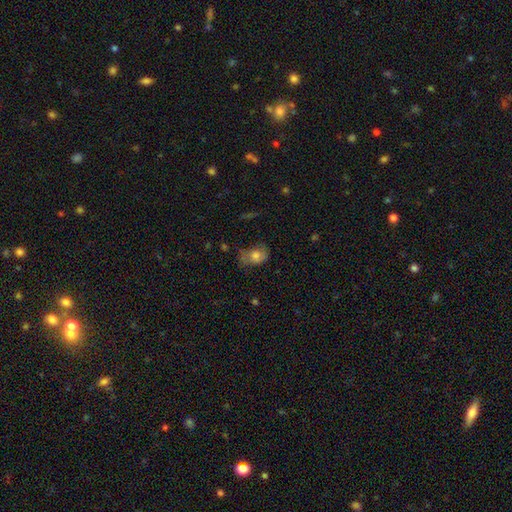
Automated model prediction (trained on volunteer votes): Smooth or featured? Predicted: smooth (p=0.67). How rounded? Predicted: in between (p=0.73). Merging? Predicted: none (p=0.50).